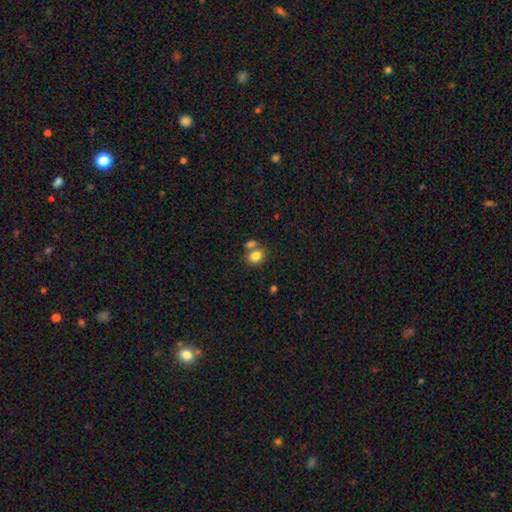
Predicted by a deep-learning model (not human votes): A smooth galaxy with no disk features (83%) that is round (55%).

Vote fractions:
- Smooth or featured? smooth: 83% / star or artifact: 10% / featured or disk: 7%
- How rounded? round: 55% / in between: 44% / cigar-shaped: 1%
- Merging? none: 56% / merger: 30% / minor disturbance: 11% / major disturbance: 4%